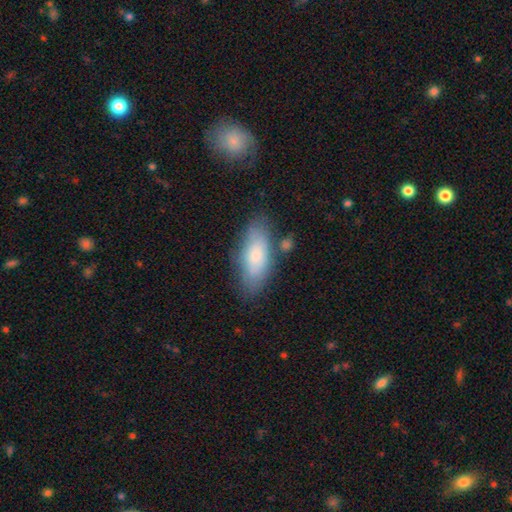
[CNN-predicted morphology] Smooth or featured? smooth (75%)
How rounded? in between (80%)
Merging? none (73%)